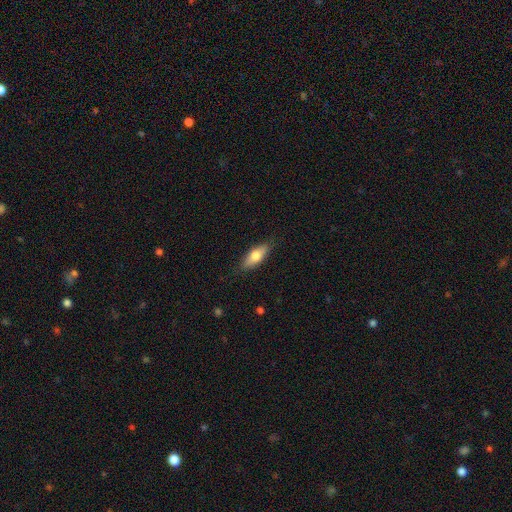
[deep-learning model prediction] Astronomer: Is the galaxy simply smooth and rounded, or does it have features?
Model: smooth — 68%.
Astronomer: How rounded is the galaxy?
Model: in between — 71%.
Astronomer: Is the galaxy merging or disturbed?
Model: none — 84%.